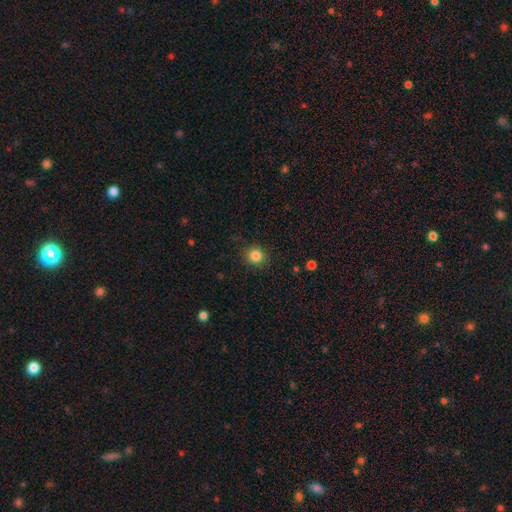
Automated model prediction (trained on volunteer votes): smooth-or-featured: smooth: 84% | star or artifact: 11% | featured or disk: 5%
  how-rounded: round: 89% | in between: 10% | cigar-shaped: 1%
  merging: none: 89% | minor disturbance: 7% | major disturbance: 2% | merger: 1%